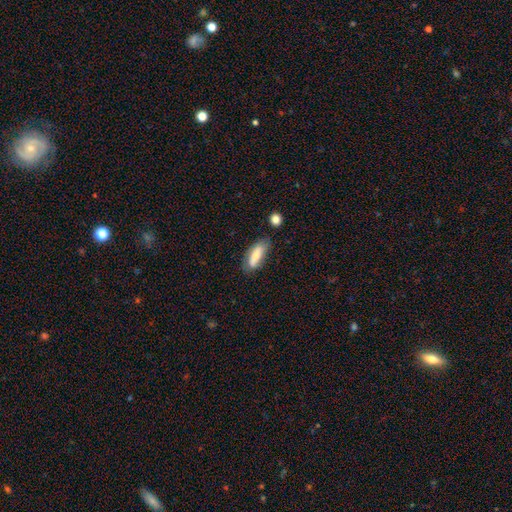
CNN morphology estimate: A smooth galaxy with no disk features (72%) that is in between round and cigar-shaped (64%).

Vote fractions:
- Smooth or featured? smooth: 72% / featured or disk: 21% / star or artifact: 7%
- How rounded? in between: 64% / cigar-shaped: 33% / round: 2%
- Merging? none: 64% / minor disturbance: 24% / major disturbance: 6% / merger: 5%